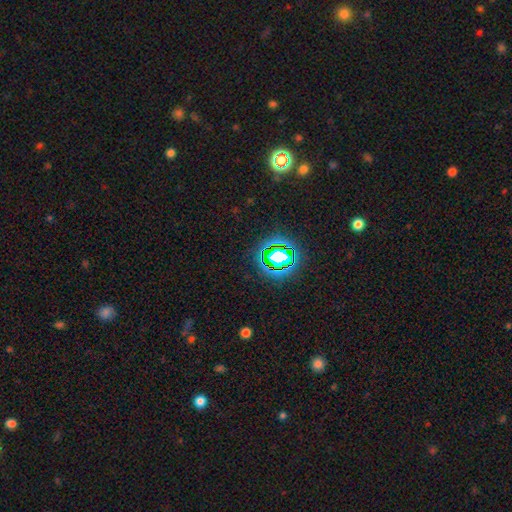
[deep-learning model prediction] Smooth or featured? Predicted: star or artifact (p=0.70).